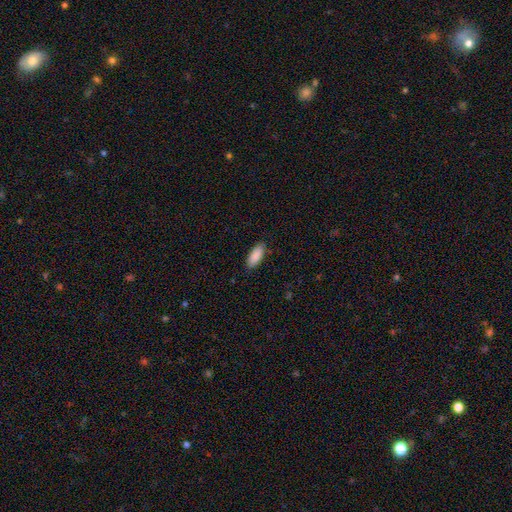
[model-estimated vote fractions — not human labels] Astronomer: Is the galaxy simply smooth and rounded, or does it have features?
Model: smooth — 90%.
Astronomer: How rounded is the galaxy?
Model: in between — 79%.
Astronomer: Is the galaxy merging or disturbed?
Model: none — 87%.